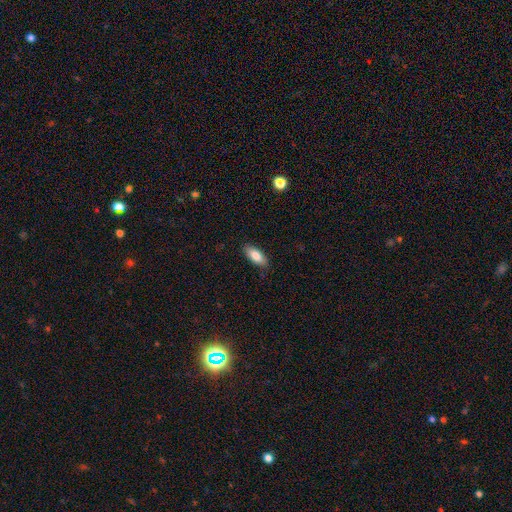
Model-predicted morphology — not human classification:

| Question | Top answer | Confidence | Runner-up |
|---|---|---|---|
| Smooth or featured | smooth | 83% | featured or disk (10%) |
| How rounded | in between | 84% | cigar-shaped (14%) |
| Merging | none | 86% | minor disturbance (11%) |